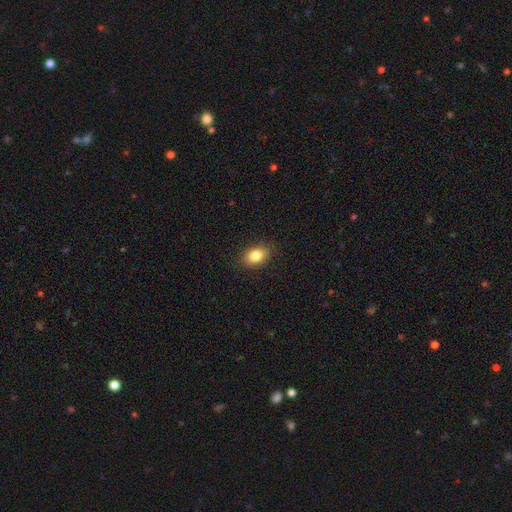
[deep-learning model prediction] smooth_or_featured: smooth (p=0.83) [alt: star or artifact p=0.09]
how_rounded: in between (p=0.82) [alt: round p=0.16]
merging: none (p=0.88) [alt: minor disturbance p=0.09]